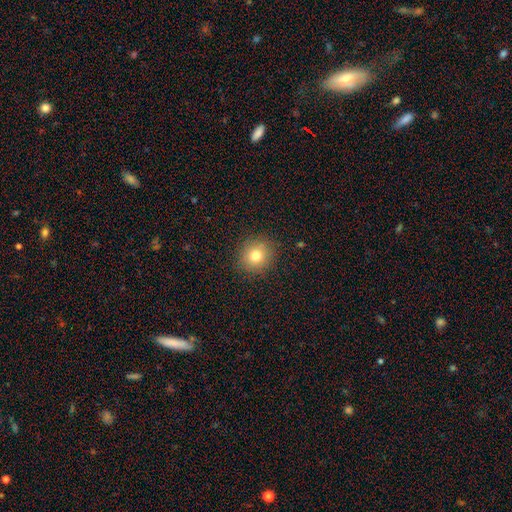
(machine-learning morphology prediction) Smooth or featured? Predicted: smooth (p=0.78). How rounded? Predicted: round (p=0.87). Merging? Predicted: none (p=0.89).